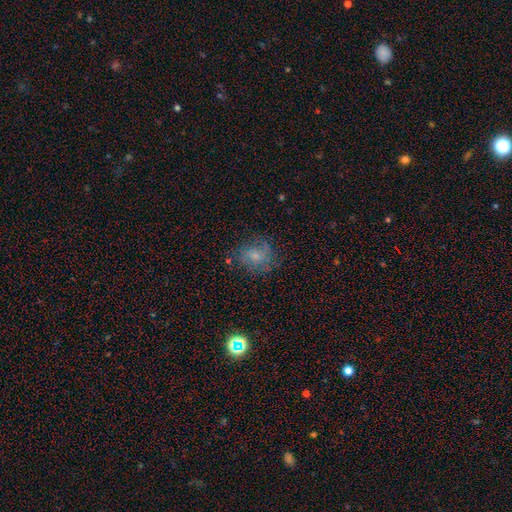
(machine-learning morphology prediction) A smooth galaxy with no disk features (46%).

Vote fractions:
- Smooth or featured? smooth: 46% / featured or disk: 39% / star or artifact: 15%
- Merging? none: 62% / minor disturbance: 22% / major disturbance: 14% / merger: 2%